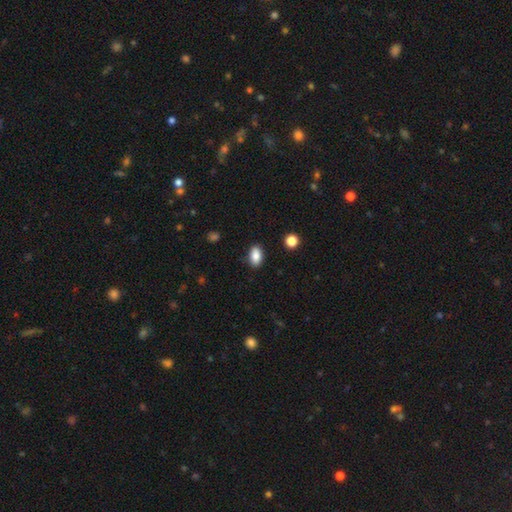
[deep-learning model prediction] Morphology: type=smooth (86%); roundness=in between (90%); merging=none (88%).